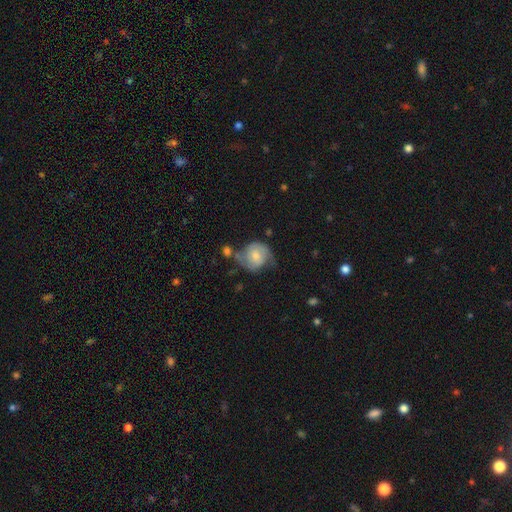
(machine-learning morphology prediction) Smooth or featured? featured or disk (54%)
Edge-on disk? no (97%)
Bar? no (62%)
Spiral arms? yes (83%)
Bulge size? moderate (46%)
Merging? none (45%)